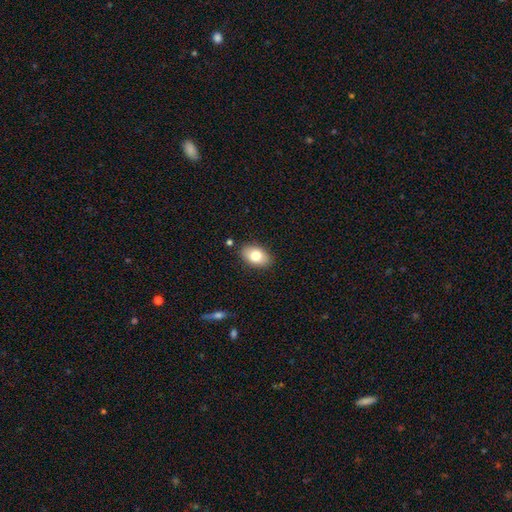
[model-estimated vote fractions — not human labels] Morphology: type=smooth (78%); roundness=in between (88%); merging=none (85%).